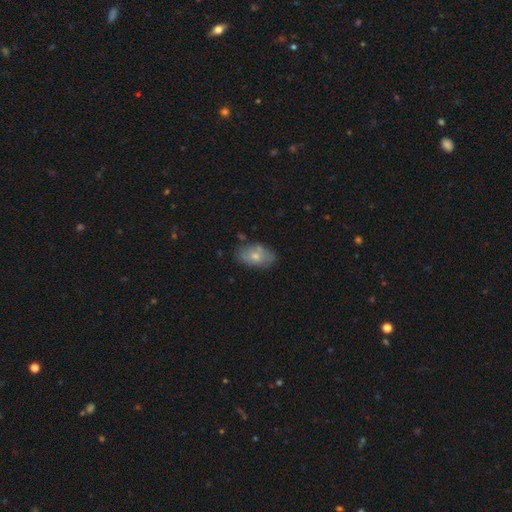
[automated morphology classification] The model was most divided on "smooth or featured": smooth: 68%, featured or disk: 25%, star or artifact: 7%. More confident: how rounded — in between (90%); merging — none (67%).